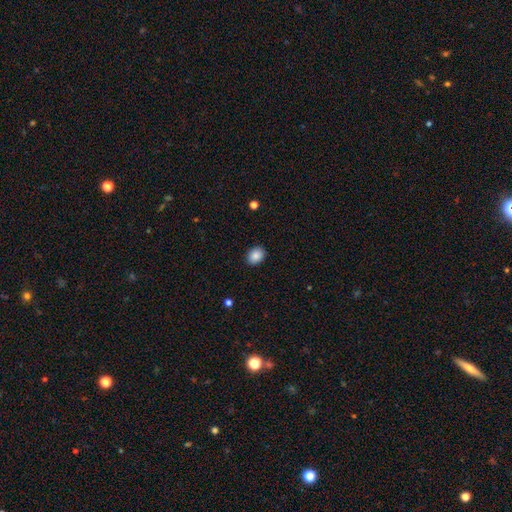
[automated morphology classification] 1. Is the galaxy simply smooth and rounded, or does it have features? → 88% smooth, 8% star or artifact, 4% featured or disk.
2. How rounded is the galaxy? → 60% in between, 39% round, 1% cigar-shaped.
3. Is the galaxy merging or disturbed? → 90% none, 7% minor disturbance, 2% major disturbance, 1% merger.